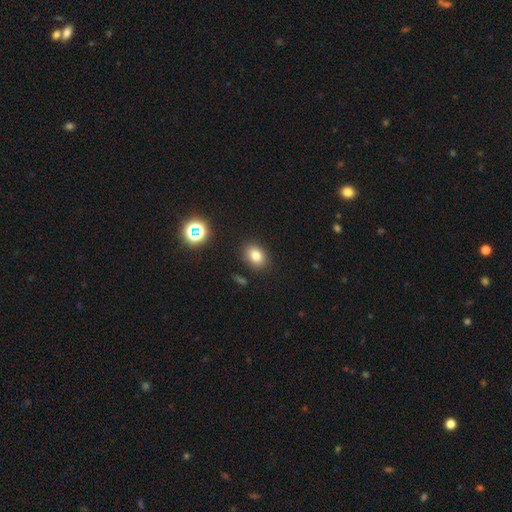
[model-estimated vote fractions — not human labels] A smooth galaxy with no disk features (78%) that is in between round and cigar-shaped (65%). Merging: none (86%).